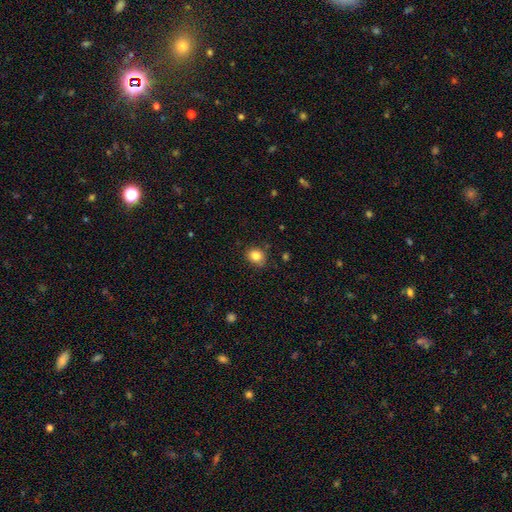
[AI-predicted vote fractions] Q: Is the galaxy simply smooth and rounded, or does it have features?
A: smooth — 84%.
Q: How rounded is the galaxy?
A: round — 67%.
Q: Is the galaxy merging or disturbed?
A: none — 82%.